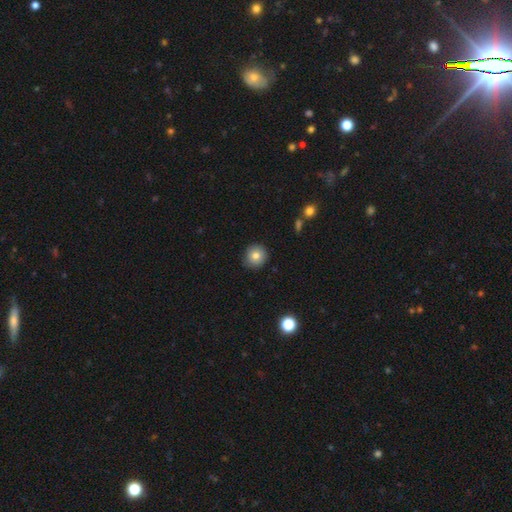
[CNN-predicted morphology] Q: Smooth or featured?
A: smooth (79%); runner-up: featured or disk (11%)
Q: How rounded?
A: round (93%); runner-up: in between (6%)
Q: Merging?
A: none (87%); runner-up: minor disturbance (9%)